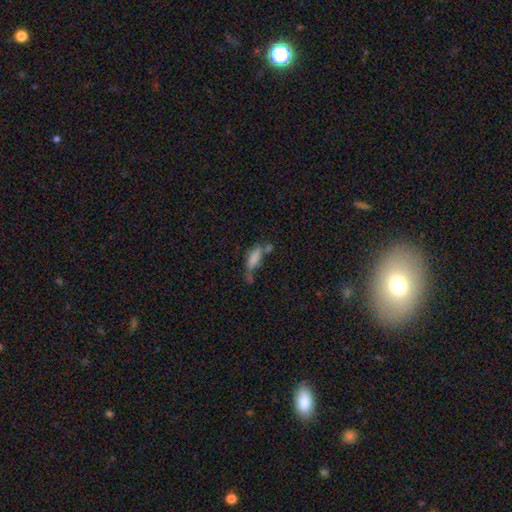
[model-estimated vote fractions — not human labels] Smooth or featured? Predicted: smooth (p=0.68). How rounded? Predicted: in between (p=0.49). Merging? Predicted: none (p=0.30).